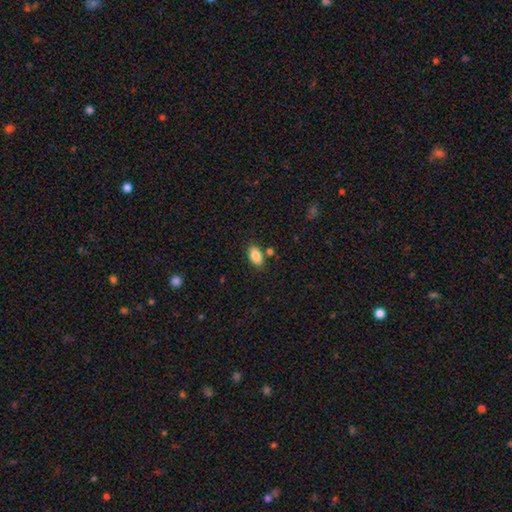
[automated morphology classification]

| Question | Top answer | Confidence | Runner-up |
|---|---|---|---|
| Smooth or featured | smooth | 86% | star or artifact (8%) |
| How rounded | in between | 90% | round (8%) |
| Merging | none | 78% | minor disturbance (12%) |